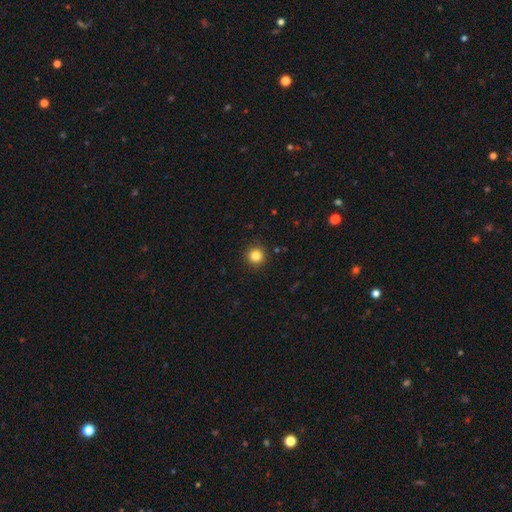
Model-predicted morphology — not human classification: Overall: smooth (84%). How rounded: round (95%). Merging: none (91%).